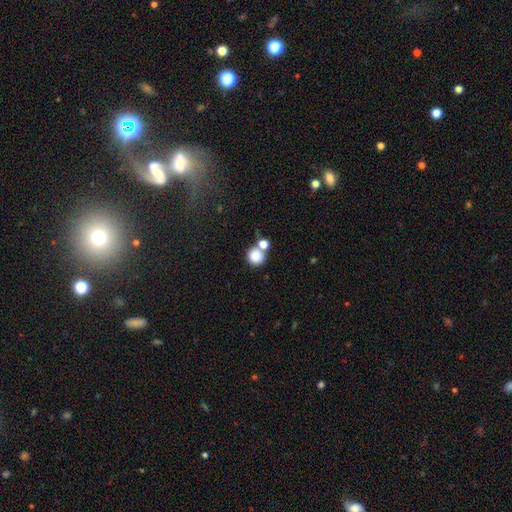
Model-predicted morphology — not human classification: A smooth galaxy with no disk features (82%) that is round (91%).

Vote fractions:
- Smooth or featured? smooth: 82% / star or artifact: 11% / featured or disk: 7%
- How rounded? round: 91% / in between: 8% / cigar-shaped: 1%
- Merging? none: 54% / merger: 34% / minor disturbance: 8% / major disturbance: 4%